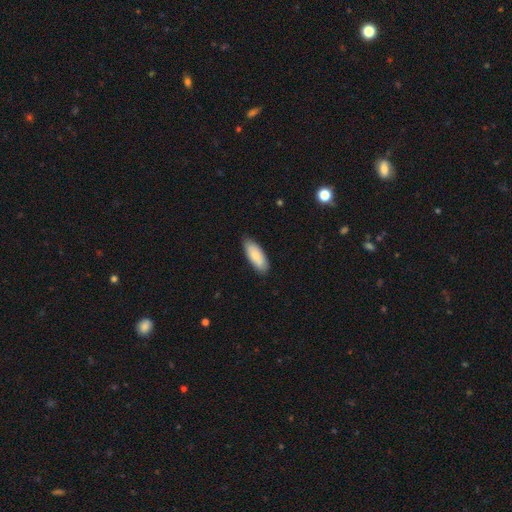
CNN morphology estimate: Smooth or featured? Predicted: smooth (p=0.81). How rounded? Predicted: in between (p=0.78). Merging? Predicted: none (p=0.81).